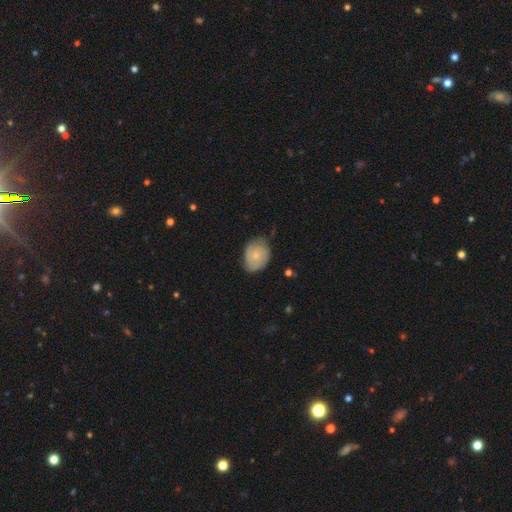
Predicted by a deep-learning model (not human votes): Smooth or featured?
  - smooth: 54% *
  - featured or disk: 39%
  - star or artifact: 6%
How rounded?
  - in between: 57% *
  - round: 42%
  - cigar-shaped: 1%
Merging?
  - none: 56% *
  - minor disturbance: 35%
  - major disturbance: 7%
  - merger: 2%